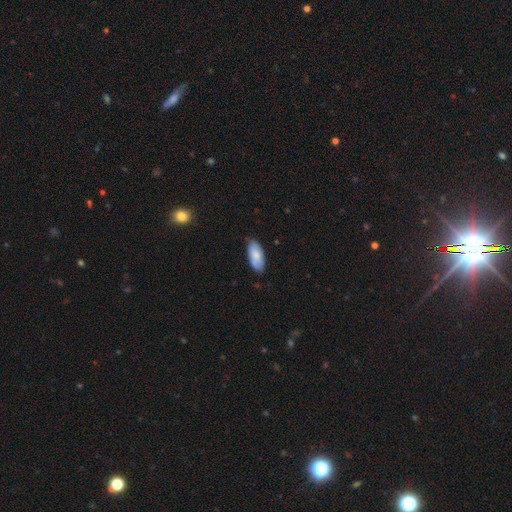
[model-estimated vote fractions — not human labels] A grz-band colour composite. It shows a smooth galaxy with no disk features (77%) that is in between round and cigar-shaped (88%). Merging: none (77%).